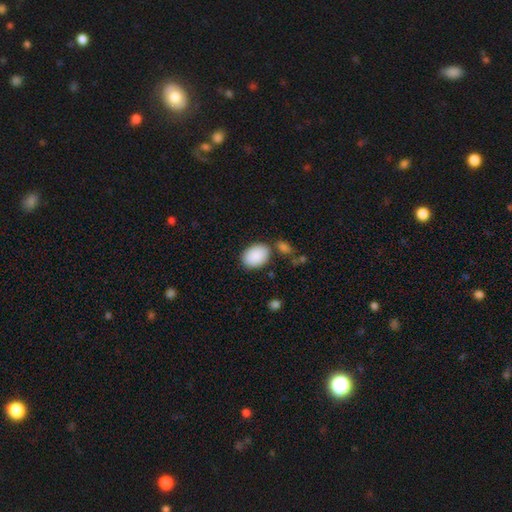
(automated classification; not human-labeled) Smooth or featured? Predicted: smooth (p=0.90). How rounded? Predicted: in between (p=0.81). Merging? Predicted: none (p=0.74).